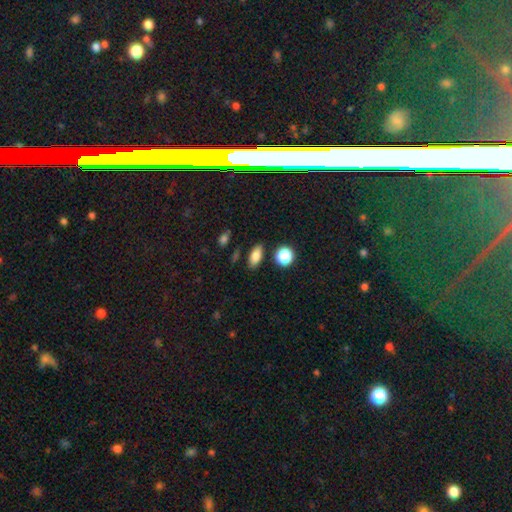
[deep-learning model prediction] A smooth galaxy with no disk features (81%) that is in between round and cigar-shaped (82%). Merging: none (85%).